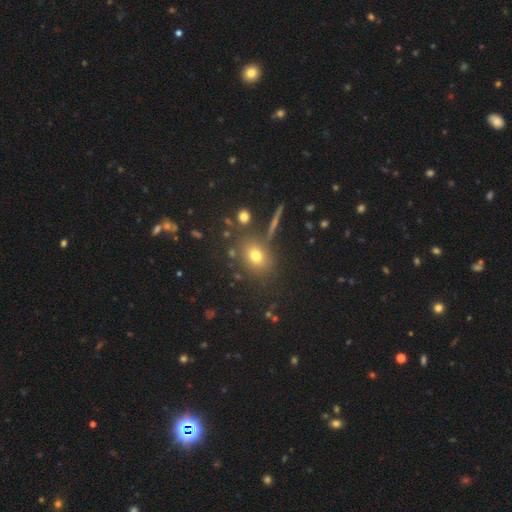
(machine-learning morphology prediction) smooth 71%, star or artifact 16%, featured or disk 13%. Down the decision tree: how rounded — round (49%); merging — none (77%).